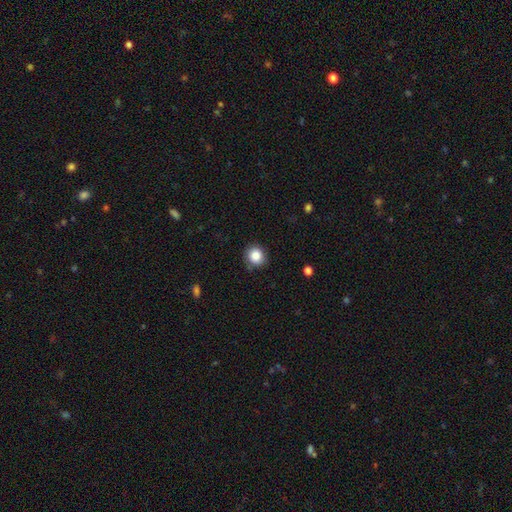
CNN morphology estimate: This is clearly a smooth galaxy (85%). How rounded: clearly round (84%). Merging: clearly none (84%).